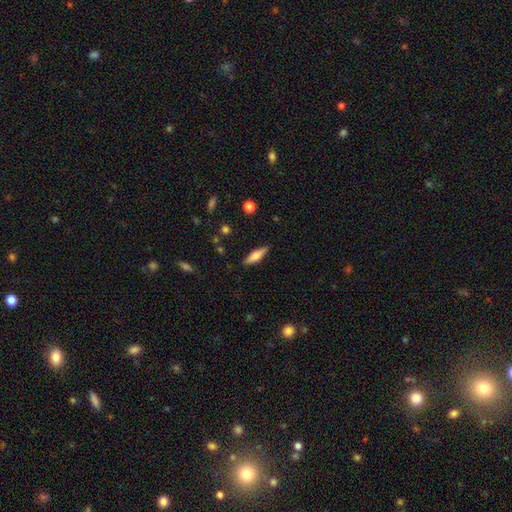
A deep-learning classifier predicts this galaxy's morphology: type=smooth (61%); roundness=cigar-shaped (59%); merging=none (86%).